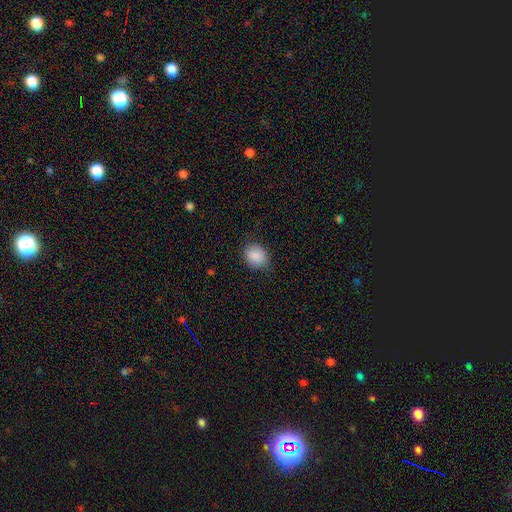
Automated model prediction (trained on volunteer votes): Smooth or featured? Predicted: smooth (p=0.88). How rounded? Predicted: round (p=0.58). Merging? Predicted: none (p=0.80).